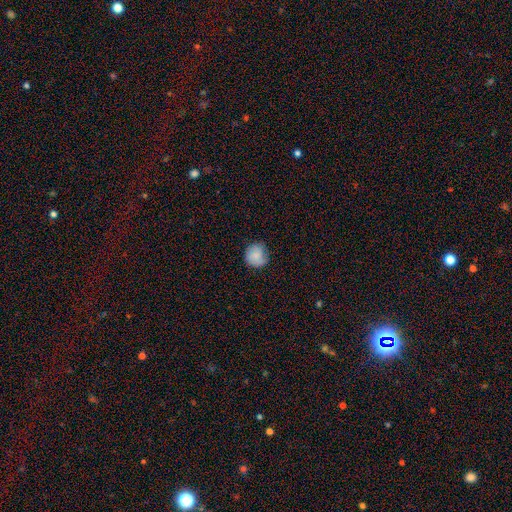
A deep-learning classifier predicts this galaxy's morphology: Q: Smooth or featured?
A: smooth (82%); runner-up: featured or disk (10%)
Q: How rounded?
A: round (88%); runner-up: in between (11%)
Q: Merging?
A: none (73%); runner-up: minor disturbance (21%)